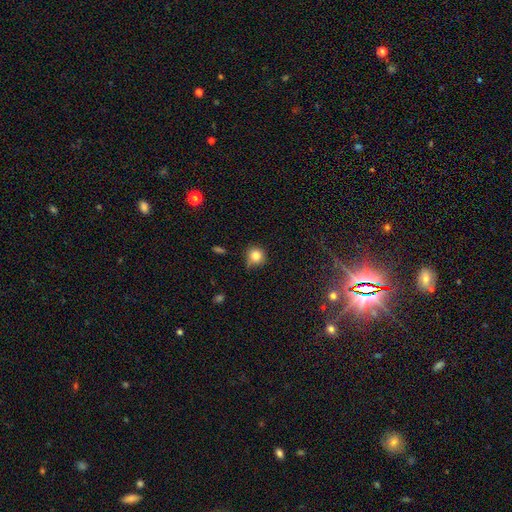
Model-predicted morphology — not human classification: Smooth or featured?
  - smooth: 82% *
  - star or artifact: 11%
  - featured or disk: 7%
How rounded?
  - round: 90% *
  - in between: 9%
  - cigar-shaped: 1%
Merging?
  - none: 66% *
  - minor disturbance: 24%
  - major disturbance: 5%
  - merger: 4%